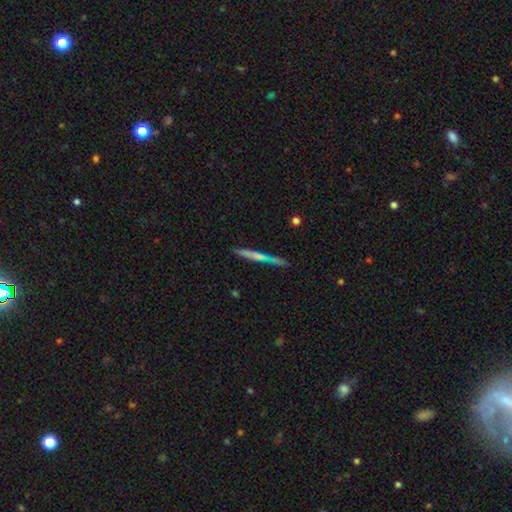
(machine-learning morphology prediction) Smooth or featured?
  - featured or disk: 61% *
  - smooth: 30%
  - star or artifact: 9%
Edge-on disk?
  - yes: 96% *
  - no: 4%
Edge-on bulge?
  - none: 47% *
  - rounded: 45%
  - boxy: 8%
Merging?
  - none: 84% *
  - minor disturbance: 9%
  - merger: 4%
  - major disturbance: 2%